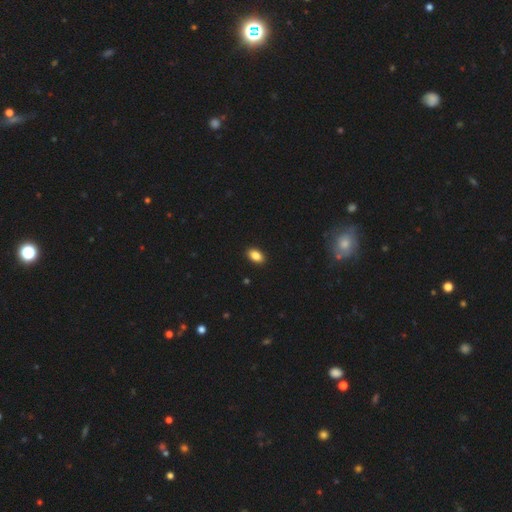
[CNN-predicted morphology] This appears to be a smooth galaxy with no disk features (87%) that is in between round and cigar-shaped (90%). Merging: none (91%).